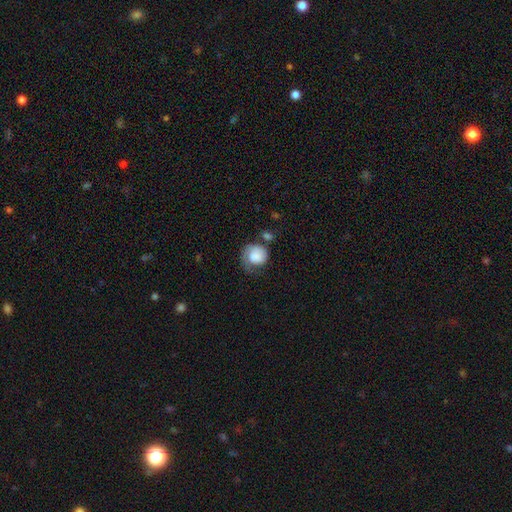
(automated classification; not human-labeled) Q: Smooth or featured?
A: smooth (64%); runner-up: featured or disk (29%)
Q: How rounded?
A: round (75%); runner-up: in between (24%)
Q: Merging?
A: none (38%); runner-up: major disturbance (29%)